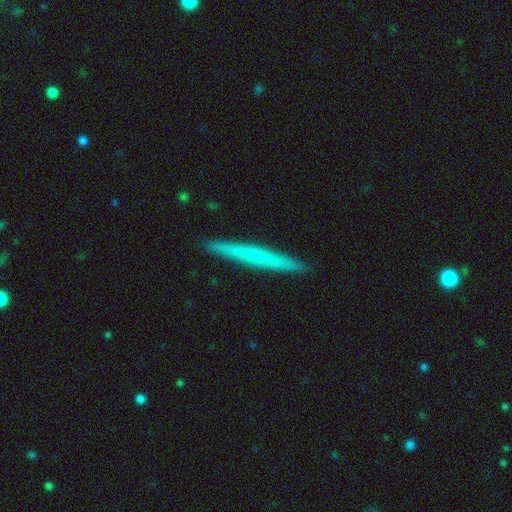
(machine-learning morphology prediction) smooth_or_featured: featured or disk (p=0.47) [tied with: smooth p=0.47]
merging: none (p=0.92) [alt: minor disturbance p=0.05]